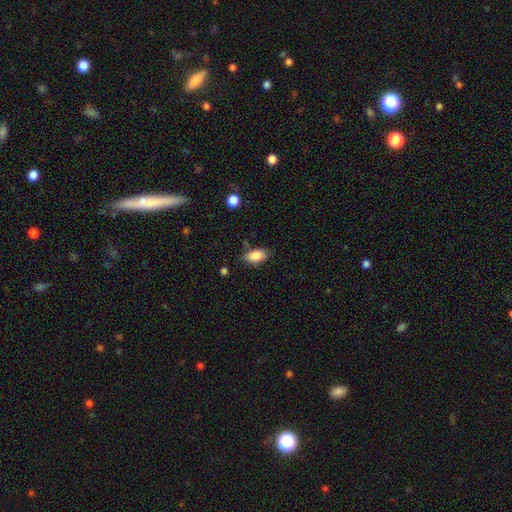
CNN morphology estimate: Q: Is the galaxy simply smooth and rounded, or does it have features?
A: smooth — 87%.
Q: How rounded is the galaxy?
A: in between — 92%.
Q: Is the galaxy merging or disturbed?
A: none — 75%.